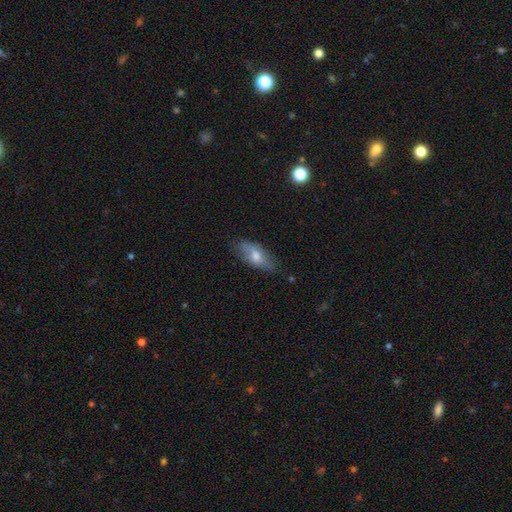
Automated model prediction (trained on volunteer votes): smooth_or_featured: smooth (p=0.62) [alt: featured or disk p=0.31]
how_rounded: in between (p=0.81) [alt: cigar-shaped p=0.16]
merging: none (p=0.71) [alt: minor disturbance p=0.22]